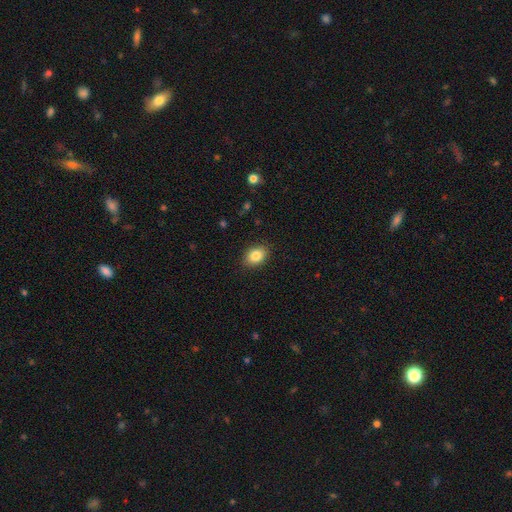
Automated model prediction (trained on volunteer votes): Smooth or featured? smooth (85%)
How rounded? in between (77%)
Merging? none (88%)